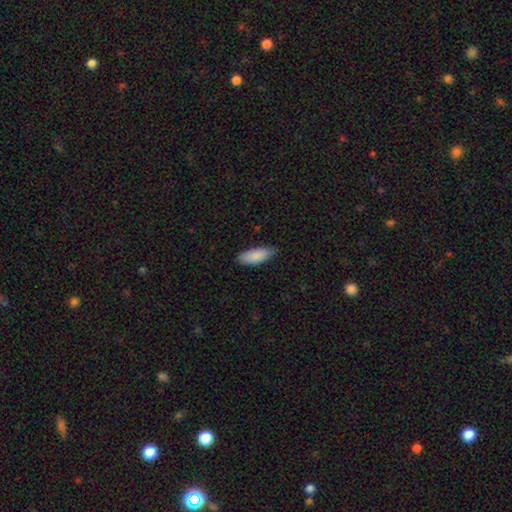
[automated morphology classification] Smooth or featured?
  - smooth: 88% *
  - featured or disk: 6%
  - star or artifact: 6%
How rounded?
  - in between: 79% *
  - cigar-shaped: 19%
  - round: 2%
Merging?
  - none: 79% *
  - minor disturbance: 17%
  - major disturbance: 2%
  - merger: 1%